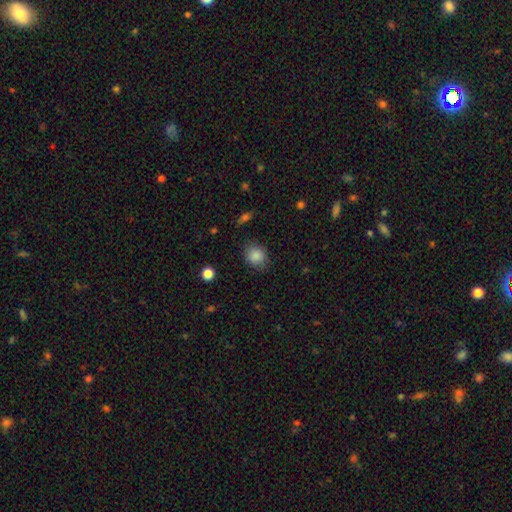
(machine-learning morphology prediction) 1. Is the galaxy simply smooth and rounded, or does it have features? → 86% smooth, 9% star or artifact, 5% featured or disk.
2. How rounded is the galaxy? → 69% round, 30% in between, 1% cigar-shaped.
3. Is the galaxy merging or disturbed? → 81% none, 14% minor disturbance, 4% major disturbance, 1% merger.